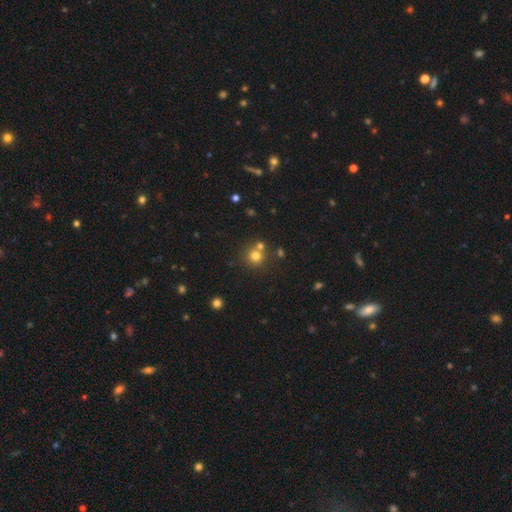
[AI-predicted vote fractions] Smooth or featured?
  - smooth: 74% *
  - star or artifact: 17%
  - featured or disk: 9%
How rounded?
  - round: 91% *
  - in between: 8%
  - cigar-shaped: 1%
Merging?
  - none: 66% *
  - merger: 24%
  - minor disturbance: 8%
  - major disturbance: 3%